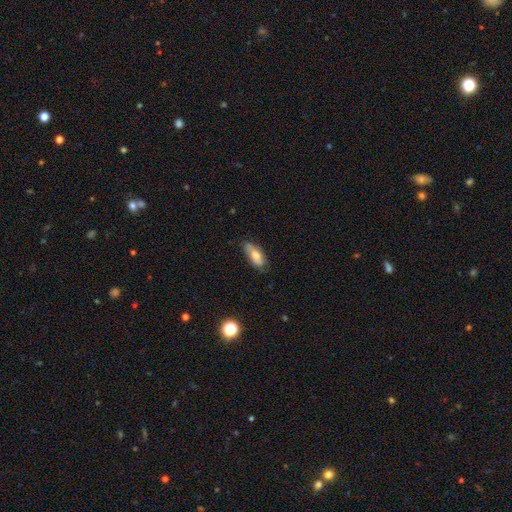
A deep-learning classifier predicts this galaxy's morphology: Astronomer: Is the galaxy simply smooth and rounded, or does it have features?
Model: smooth — 69%.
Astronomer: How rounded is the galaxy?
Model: in between — 79%.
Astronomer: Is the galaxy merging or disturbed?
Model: none — 69%.